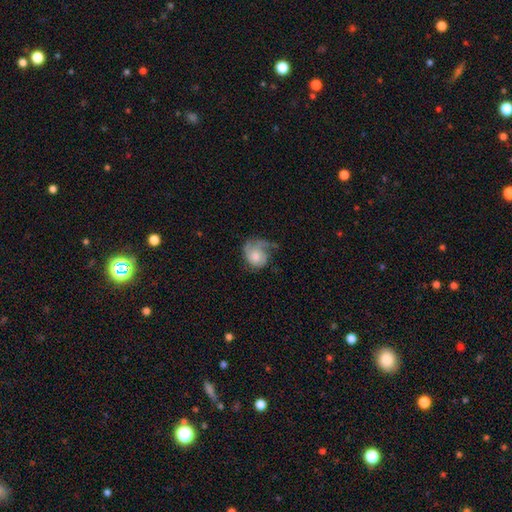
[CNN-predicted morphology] Smooth or featured? Predicted: featured or disk (p=0.57). Edge-on disk? Predicted: no (p=0.98). Bar? Predicted: no (p=0.78). Spiral arms? Predicted: yes (p=0.88). Bulge size? Predicted: moderate (p=0.47). Merging? Predicted: none (p=0.41).